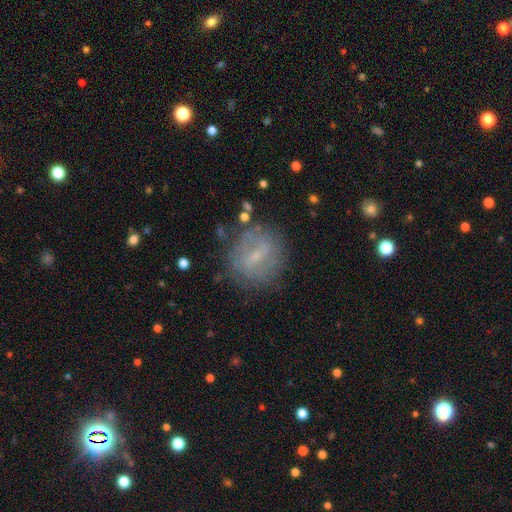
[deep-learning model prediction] This appears to be a featured or disk galaxy (48%). Merging: none (75%).